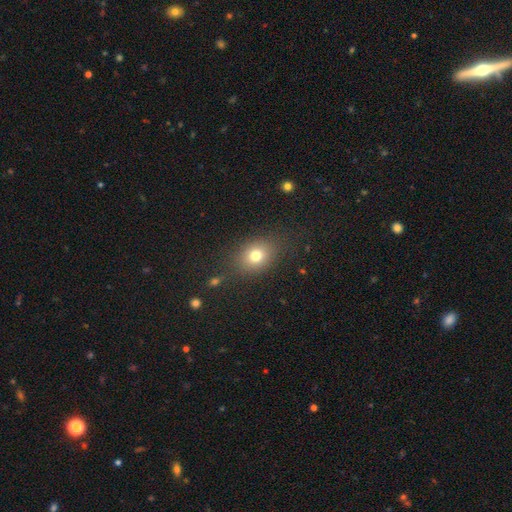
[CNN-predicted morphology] Smooth or featured? smooth (76%)
How rounded? in between (53%)
Merging? none (79%)